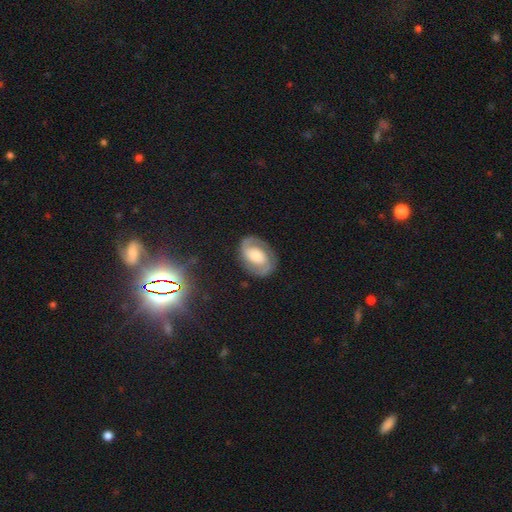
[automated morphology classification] The model was most divided on "spiral winding": medium: 44%, tight: 41%, loose: 15%. Remaining: edge-on disk — no (97%); spiral arms — yes (91%); spiral arm count — 2 (86%); merging — none (78%); smooth or featured — featured or disk (75%); bar — no (56%); bulge size — moderate (38%).